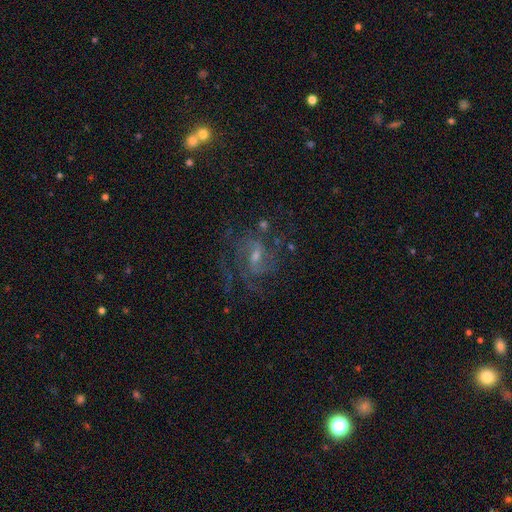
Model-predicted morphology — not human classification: Smooth or featured? featured or disk (77%)
Edge-on disk? no (97%)
Bar? weak (53%)
Spiral arms? yes (92%)
Spiral winding? medium (49%)
Spiral arm count? can't tell (29%)
Bulge size? small (53%)
Merging? none (62%)